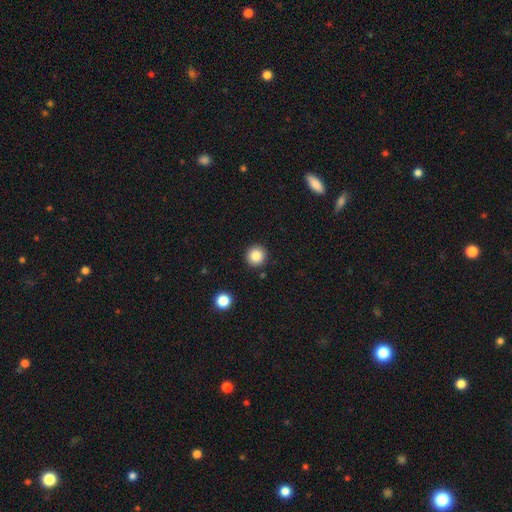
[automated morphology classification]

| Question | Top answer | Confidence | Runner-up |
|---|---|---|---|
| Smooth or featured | smooth | 84% | star or artifact (10%) |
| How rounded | round | 95% | in between (4%) |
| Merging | none | 91% | minor disturbance (5%) |